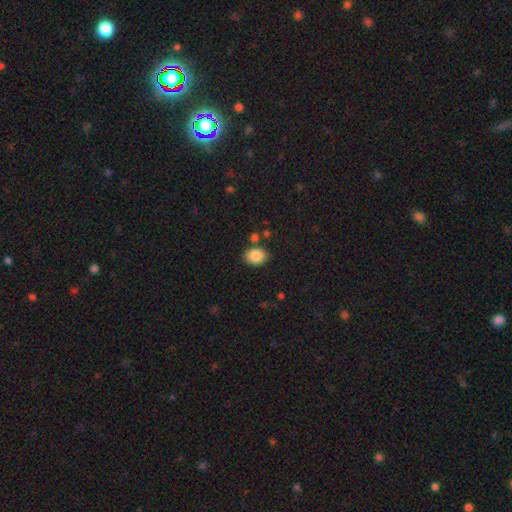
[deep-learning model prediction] Smooth or featured?
  - smooth: 86% *
  - star or artifact: 8%
  - featured or disk: 6%
How rounded?
  - in between: 54% *
  - round: 45%
  - cigar-shaped: 1%
Merging?
  - none: 82% *
  - minor disturbance: 10%
  - merger: 6%
  - major disturbance: 2%